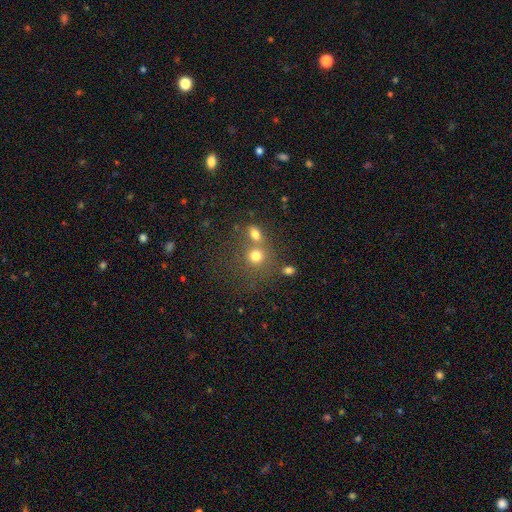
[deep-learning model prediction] smooth 74%, star or artifact 15%, featured or disk 11%. Down the decision tree: how rounded — round (78%); merging — none (48%).